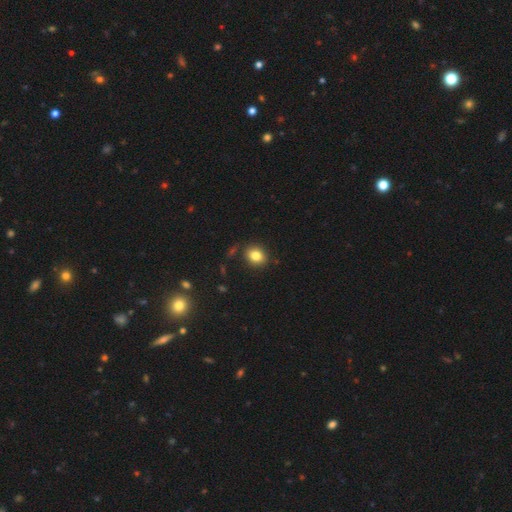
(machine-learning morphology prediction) Smooth or featured? Predicted: smooth (p=0.82). How rounded? Predicted: round (p=0.59). Merging? Predicted: none (p=0.85).